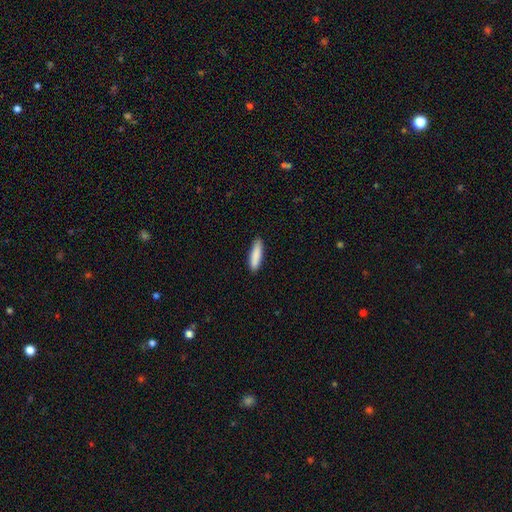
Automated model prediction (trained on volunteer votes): Morphology: type=smooth (88%); roundness=cigar-shaped (71%); merging=none (89%).